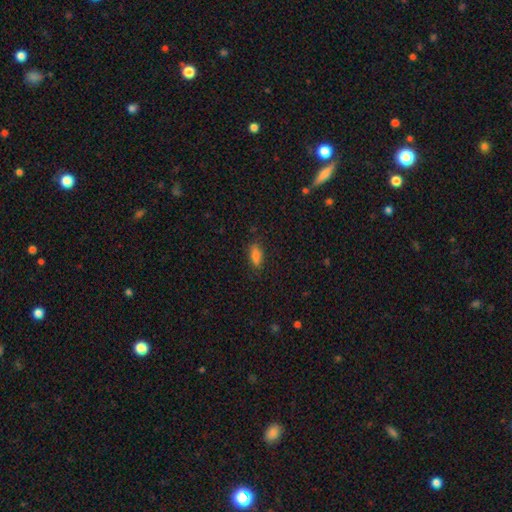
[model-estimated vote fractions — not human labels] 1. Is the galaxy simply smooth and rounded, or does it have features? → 82% smooth, 10% star or artifact, 8% featured or disk.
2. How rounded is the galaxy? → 68% in between, 29% cigar-shaped, 3% round.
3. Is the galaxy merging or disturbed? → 83% none, 13% minor disturbance, 3% major disturbance, 1% merger.